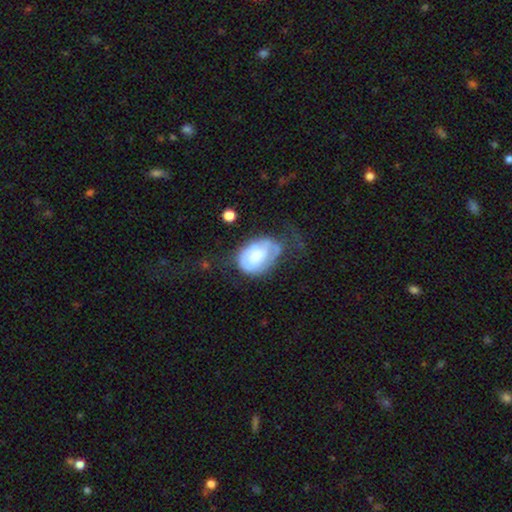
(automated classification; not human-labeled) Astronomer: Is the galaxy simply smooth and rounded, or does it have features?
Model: featured or disk — 53% (runner-up: smooth, 40%).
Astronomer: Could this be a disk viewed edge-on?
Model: no — 97%.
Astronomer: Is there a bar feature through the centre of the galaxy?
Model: no — 71%.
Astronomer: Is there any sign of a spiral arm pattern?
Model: yes — 66%.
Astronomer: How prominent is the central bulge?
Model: moderate — 37% (runner-up: small, 26%).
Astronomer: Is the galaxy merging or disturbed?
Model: major disturbance — 34% (runner-up: none, 32%).